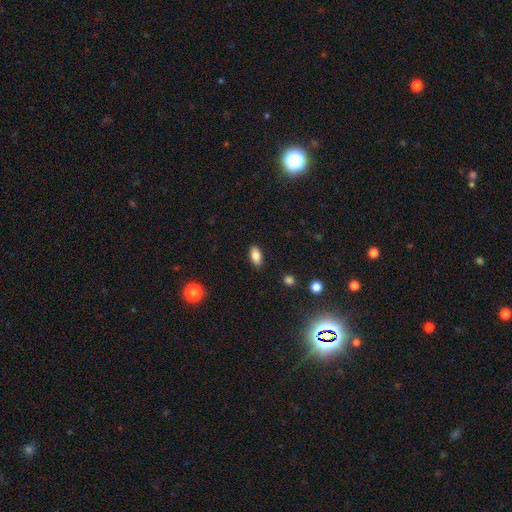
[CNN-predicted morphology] smooth 85%, star or artifact 8%, featured or disk 7%. Down the decision tree: how rounded — in between (89%); merging — none (88%).